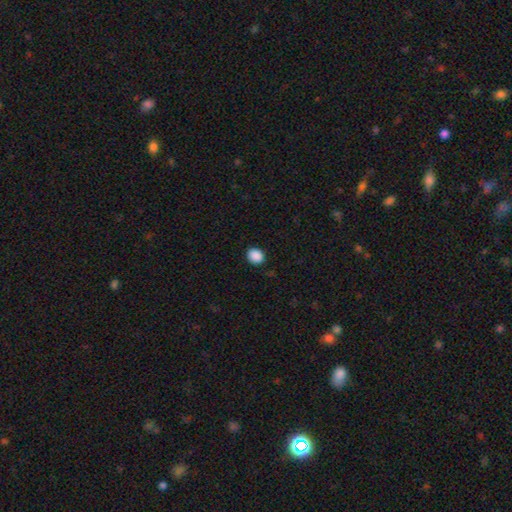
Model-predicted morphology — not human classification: smooth 89%, star or artifact 8%, featured or disk 2%. Down the decision tree: how rounded — round (62%); merging — none (89%).